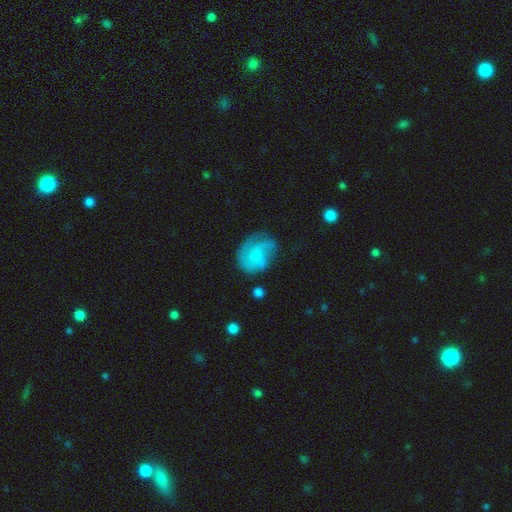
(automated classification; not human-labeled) Smooth or featured? Predicted: featured or disk (p=0.55). Edge-on disk? Predicted: no (p=0.98). Bar? Predicted: no (p=0.72). Spiral arms? Predicted: yes (p=0.81). Bulge size? Predicted: none (p=0.39). Merging? Predicted: none (p=0.44).